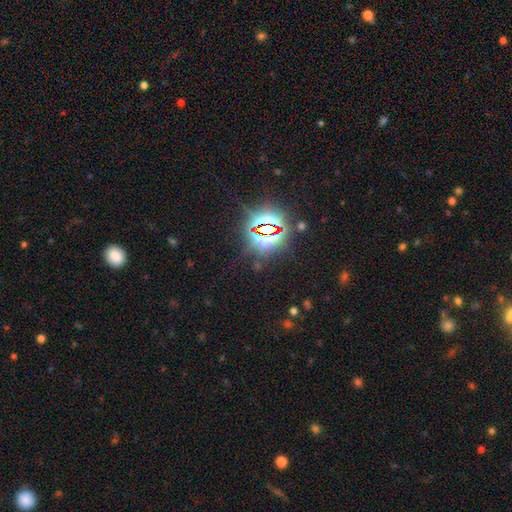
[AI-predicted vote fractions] A star or artifact, not a galaxy (83%).